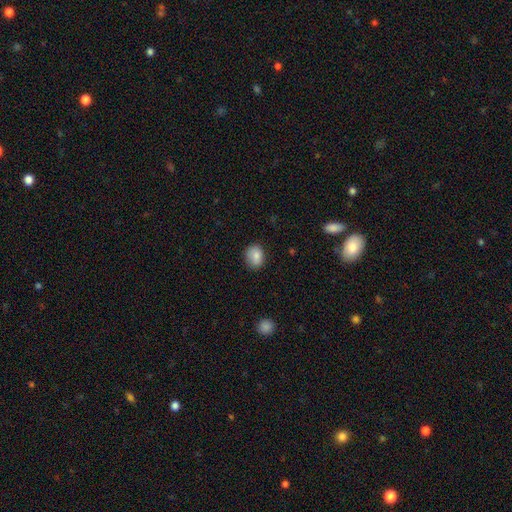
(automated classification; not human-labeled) Smooth or featured?
  - smooth: 84% *
  - star or artifact: 9%
  - featured or disk: 7%
How rounded?
  - in between: 51% *
  - round: 48%
  - cigar-shaped: 1%
Merging?
  - none: 79% *
  - minor disturbance: 17%
  - major disturbance: 3%
  - merger: 1%